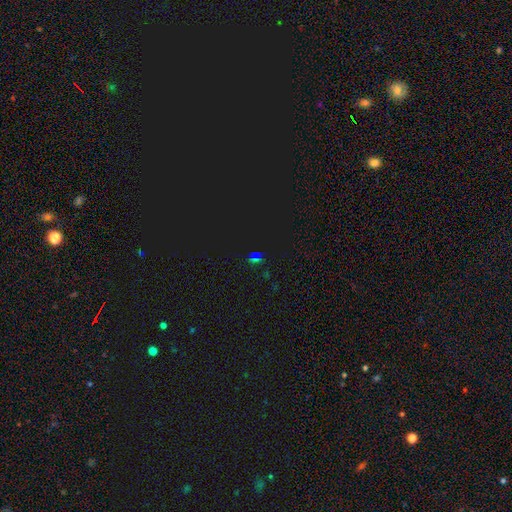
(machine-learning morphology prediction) smooth-or-featured: star or artifact: 68% | smooth: 23% | featured or disk: 9%